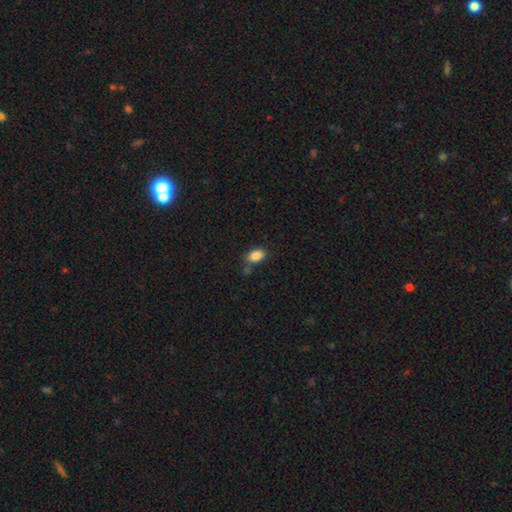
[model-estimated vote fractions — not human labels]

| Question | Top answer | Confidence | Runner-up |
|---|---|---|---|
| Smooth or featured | smooth | 87% | star or artifact (9%) |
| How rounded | in between | 88% | round (10%) |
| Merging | none | 69% | minor disturbance (17%) |